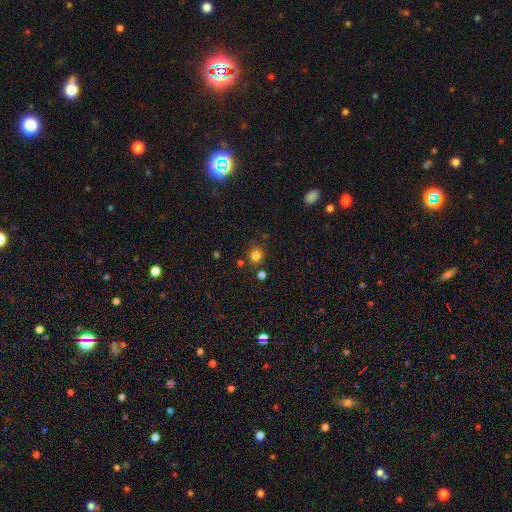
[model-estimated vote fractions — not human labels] The model was most divided on "how rounded": round: 77%, in between: 22%, cigar-shaped: 1%. More confident: smooth or featured — smooth (81%); merging — none (77%).